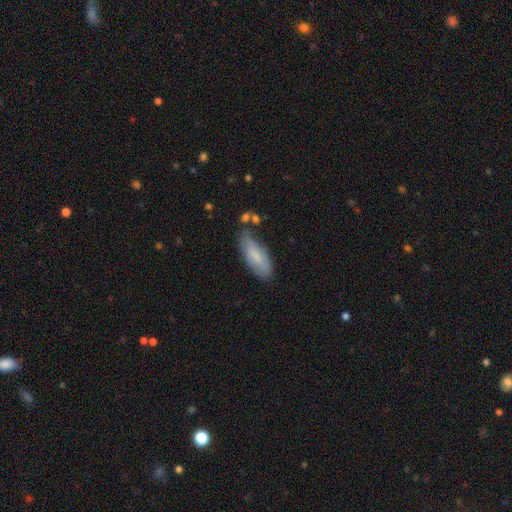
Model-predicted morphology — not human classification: This is likely a smooth galaxy (77%). How rounded: likely in between (70%). Merging: likely none (69%).